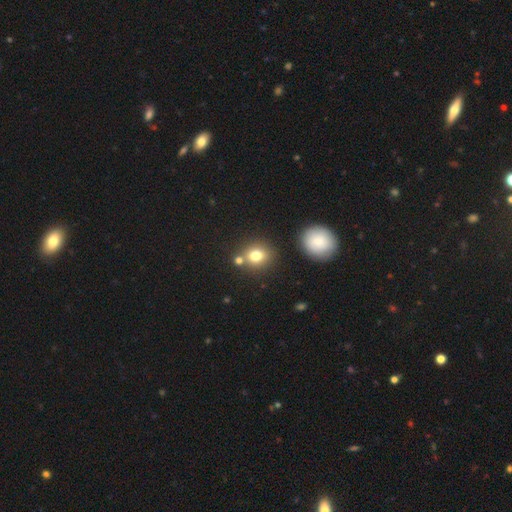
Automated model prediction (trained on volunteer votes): Smooth or featured: smooth — 77% (star or artifact — 13%)
How rounded: round — 76% (in between — 23%)
Merging: none — 70% (merger — 17%)